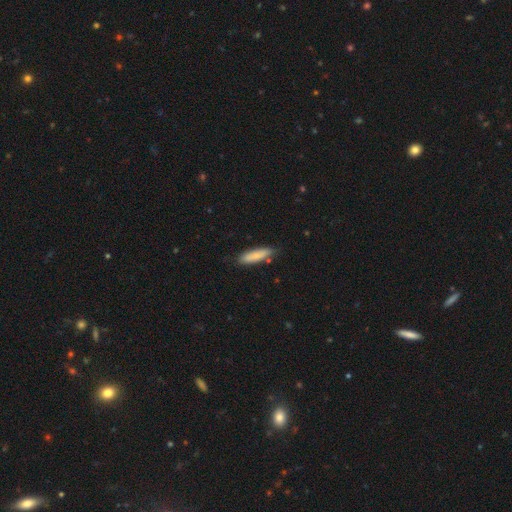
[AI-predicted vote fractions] This appears to be a smooth galaxy with no disk features (82%) that is cigar-shaped (67%). Merging: none (80%).